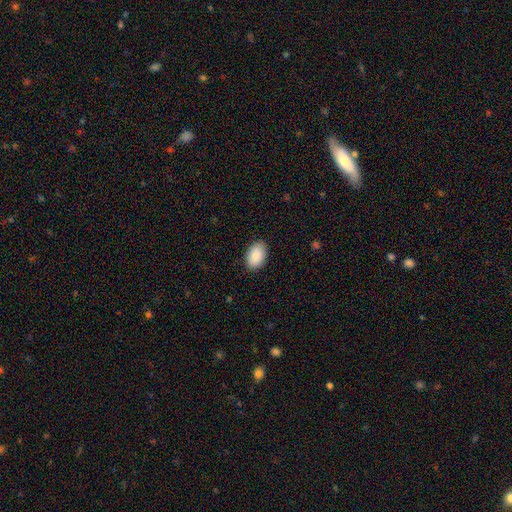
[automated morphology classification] Q: Smooth or featured?
A: smooth (89%); runner-up: star or artifact (6%)
Q: How rounded?
A: in between (92%); runner-up: round (7%)
Q: Merging?
A: none (88%); runner-up: minor disturbance (9%)